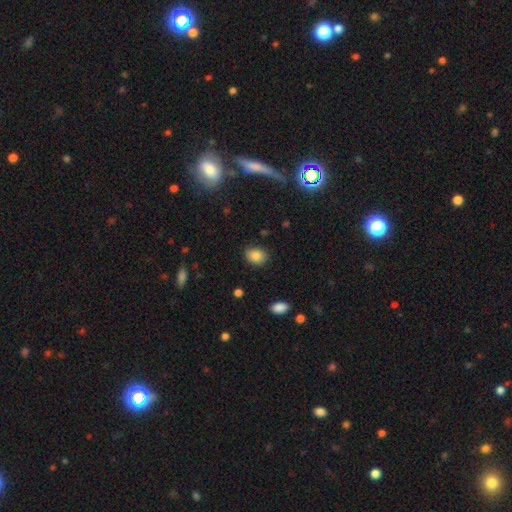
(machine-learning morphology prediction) Overall: smooth (85%). How rounded: in between (56%; round 43%). Merging: none (82%).